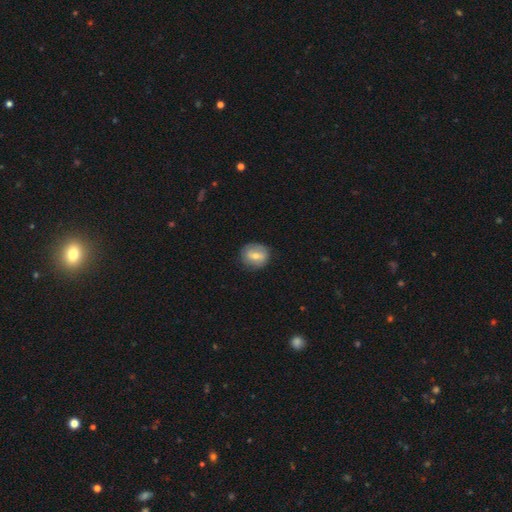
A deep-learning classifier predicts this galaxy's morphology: Smooth or featured?
  - smooth: 56% *
  - featured or disk: 37%
  - star or artifact: 8%
How rounded?
  - round: 70% *
  - in between: 29%
  - cigar-shaped: 1%
Merging?
  - none: 82% *
  - minor disturbance: 13%
  - major disturbance: 4%
  - merger: 1%